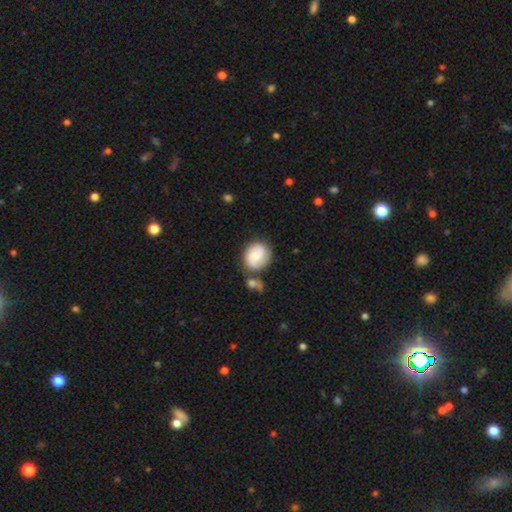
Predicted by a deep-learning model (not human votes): The model was most divided on "smooth or featured": smooth: 61%, featured or disk: 32%, star or artifact: 7%. More confident: how rounded — round (72%); merging — none (53%).